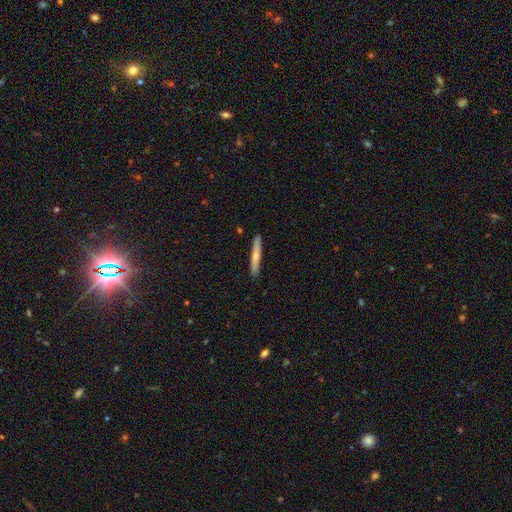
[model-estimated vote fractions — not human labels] Overall: smooth (60%; featured or disk 35%). How rounded: cigar-shaped (94%). Merging: none (89%).